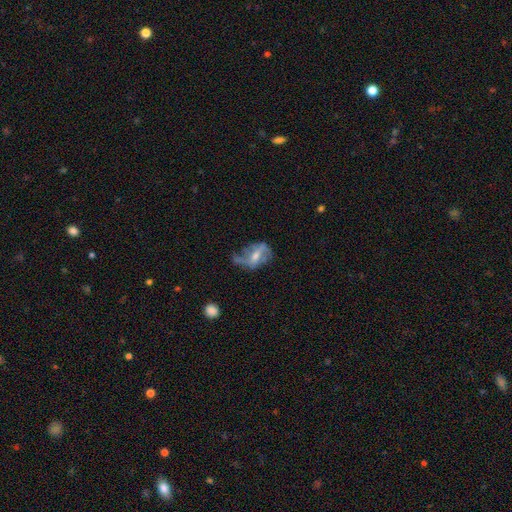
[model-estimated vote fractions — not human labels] smooth_or_featured: featured or disk (p=0.73) [alt: smooth p=0.19]
disk_edge_on: no (p=0.94) [alt: yes p=0.06]
bar: weak (p=0.45) [alt: strong p=0.30]
has_spiral_arms: yes (p=0.80) [alt: no p=0.20]
spiral_winding: loose (p=0.64) [alt: medium p=0.27]
spiral_arm_count: 2 (p=0.73) [alt: can't tell p=0.12]
bulge_size: moderate (p=0.52) [alt: small p=0.37]
merging: none (p=0.45) [alt: minor disturbance p=0.28]